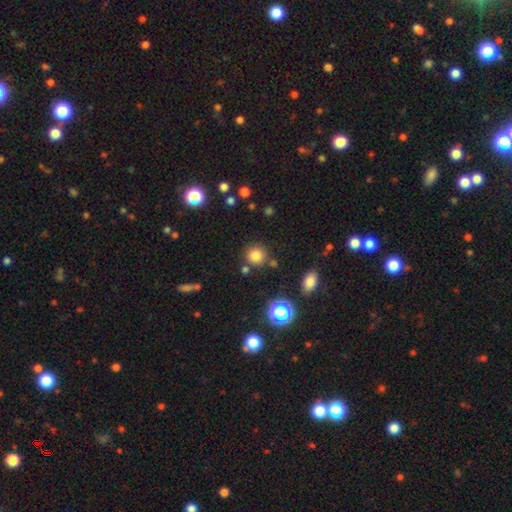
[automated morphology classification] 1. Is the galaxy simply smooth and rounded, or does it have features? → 80% smooth, 15% star or artifact, 5% featured or disk.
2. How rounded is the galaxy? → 91% round, 8% in between, 1% cigar-shaped.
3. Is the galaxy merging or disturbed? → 81% none, 9% minor disturbance, 7% merger, 3% major disturbance.